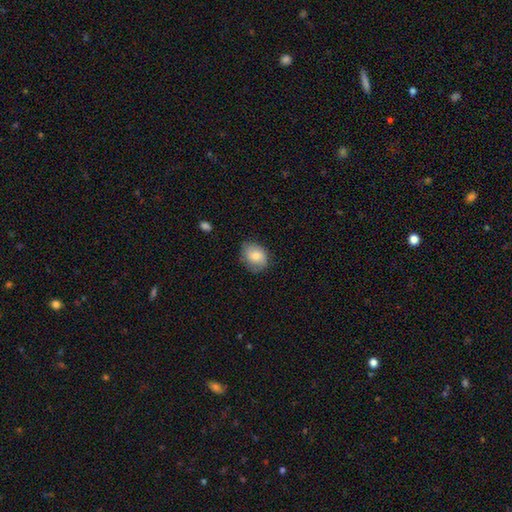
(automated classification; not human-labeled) Smooth or featured? Predicted: smooth (p=0.74). How rounded? Predicted: in between (p=0.57). Merging? Predicted: none (p=0.71).